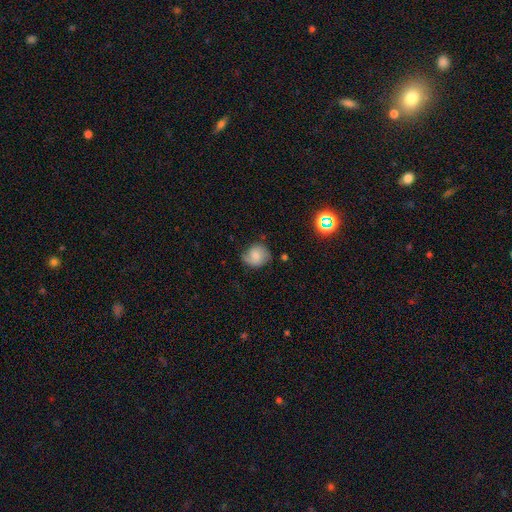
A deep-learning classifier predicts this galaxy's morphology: smooth 65%, featured or disk 25%, star or artifact 10%. Down the decision tree: how rounded — round (73%); merging — none (64%).